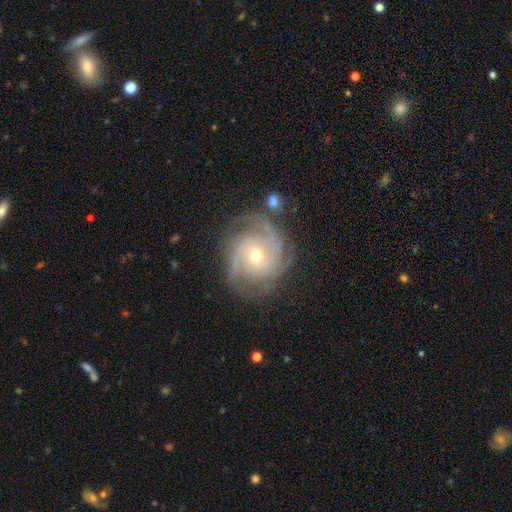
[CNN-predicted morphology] The model was most divided on "bulge size": moderate: 52%, small: 45%, large: 2%, none: 1%, dominant: 1%. Remaining: edge-on disk — no (98%); spiral arms — yes (97%); smooth or featured — featured or disk (89%); merging — none (75%); bar — no (72%); spiral winding — tight (66%); spiral arm count — 3 (38%).